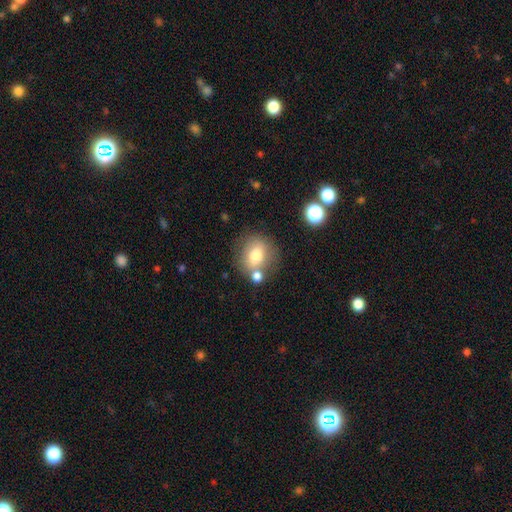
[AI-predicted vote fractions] Smooth or featured?
  - smooth: 72% *
  - featured or disk: 18%
  - star or artifact: 10%
How rounded?
  - round: 71% *
  - in between: 27%
  - cigar-shaped: 1%
Merging?
  - none: 62% *
  - merger: 19%
  - minor disturbance: 14%
  - major disturbance: 5%